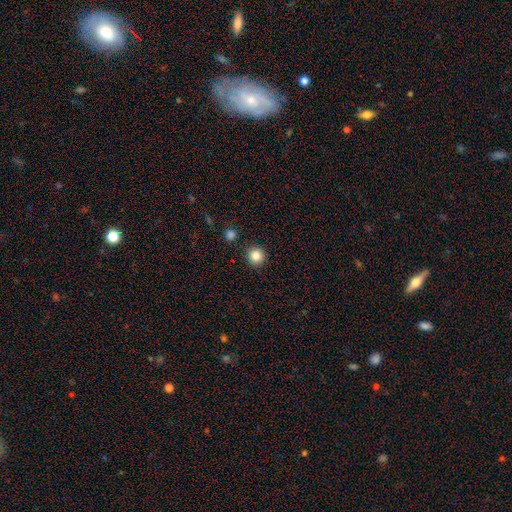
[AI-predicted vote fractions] smooth 85%, star or artifact 11%, featured or disk 5%. Down the decision tree: how rounded — round (95%); merging — none (90%).